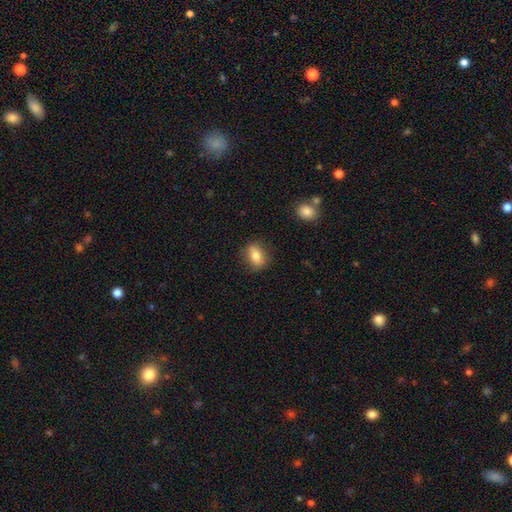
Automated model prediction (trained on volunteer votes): Smooth or featured? Predicted: smooth (p=0.73). How rounded? Predicted: in between (p=0.68). Merging? Predicted: none (p=0.83).